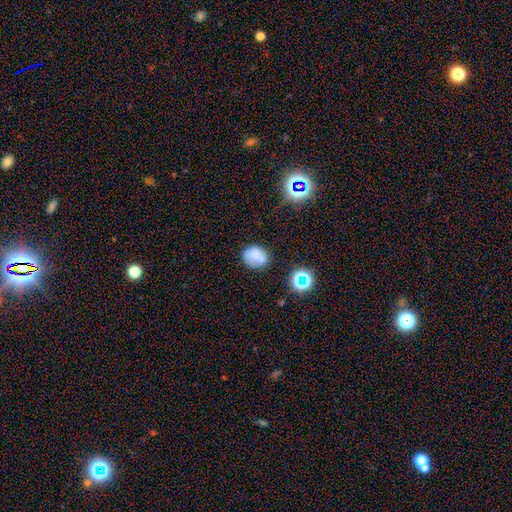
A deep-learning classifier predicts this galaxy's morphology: Smooth or featured? smooth (75%)
How rounded? round (50%)
Merging? none (71%)